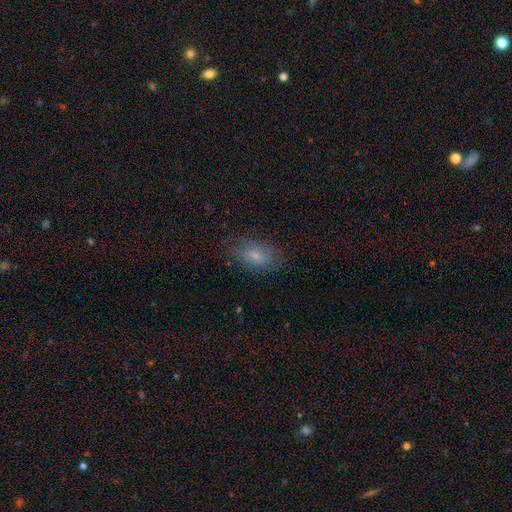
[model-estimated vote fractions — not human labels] A smooth galaxy with no disk features (73%) that is in between round and cigar-shaped (87%). Merging: none (74%).